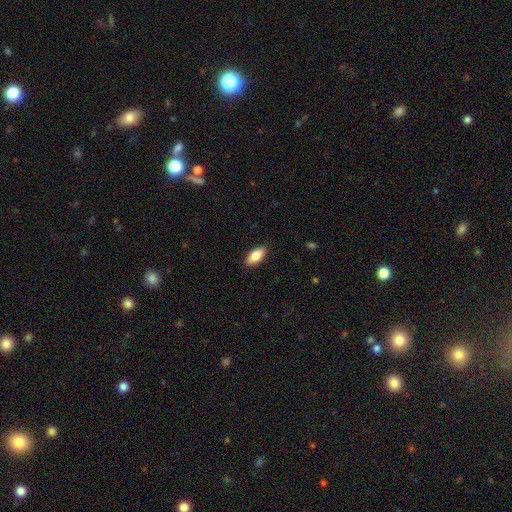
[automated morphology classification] Smooth or featured: smooth — 83% (featured or disk — 11%)
How rounded: in between — 86% (cigar-shaped — 12%)
Merging: none — 89% (minor disturbance — 8%)